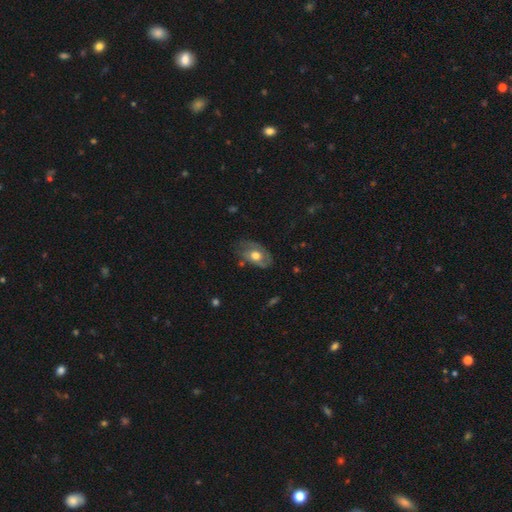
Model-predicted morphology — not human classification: Smooth or featured? featured or disk (49%)
Merging? none (62%)